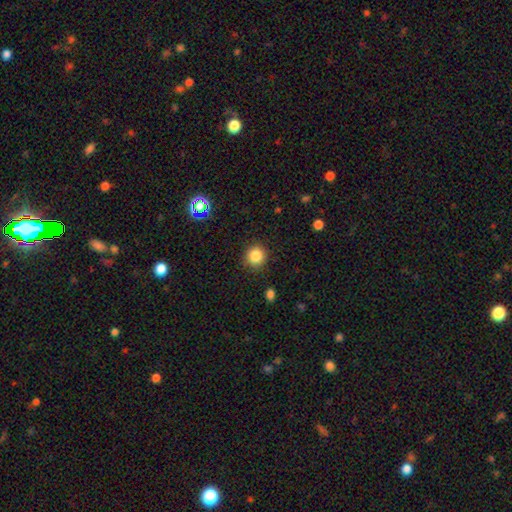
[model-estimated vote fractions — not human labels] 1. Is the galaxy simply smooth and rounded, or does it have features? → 84% smooth, 11% star or artifact, 5% featured or disk.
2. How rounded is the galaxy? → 91% round, 8% in between, 1% cigar-shaped.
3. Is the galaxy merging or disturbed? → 88% none, 8% minor disturbance, 3% major disturbance, 1% merger.